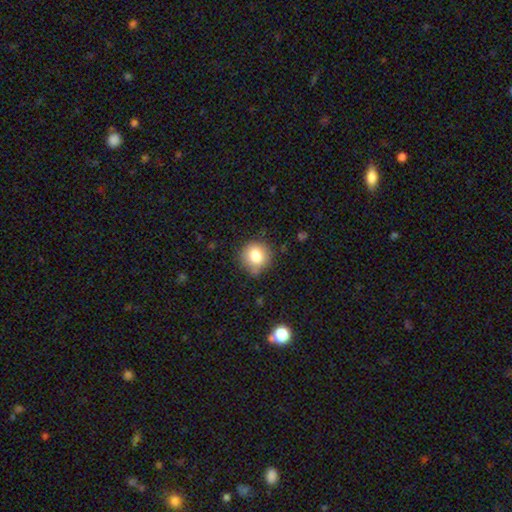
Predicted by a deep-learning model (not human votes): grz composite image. It shows a smooth galaxy with no disk features (81%) that is round (91%). Merging: none (80%).